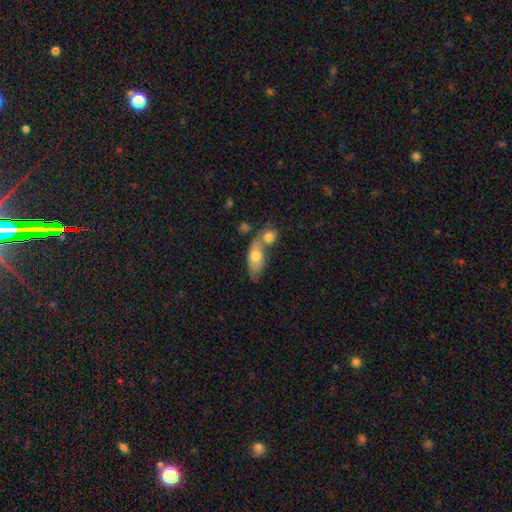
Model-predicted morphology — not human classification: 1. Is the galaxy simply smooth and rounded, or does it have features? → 70% smooth, 22% featured or disk, 7% star or artifact.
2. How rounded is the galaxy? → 78% in between, 13% cigar-shaped, 9% round.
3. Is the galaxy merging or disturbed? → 55% merger, 29% none, 11% minor disturbance, 5% major disturbance.